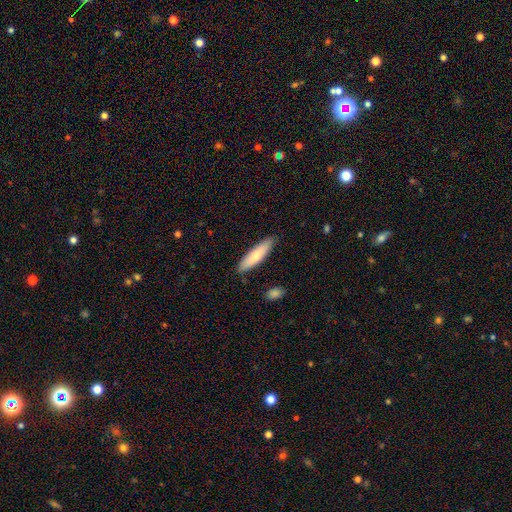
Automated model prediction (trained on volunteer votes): Overall: smooth (75%). How rounded: cigar-shaped (70%). Merging: none (87%).